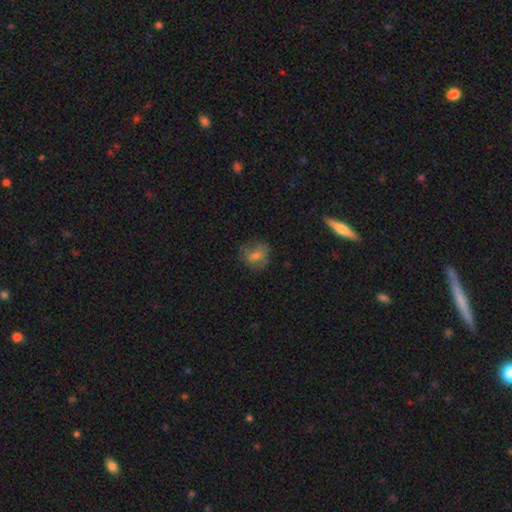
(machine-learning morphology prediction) A smooth galaxy with no disk features (57%) that is round (62%). Merging: none (72%).